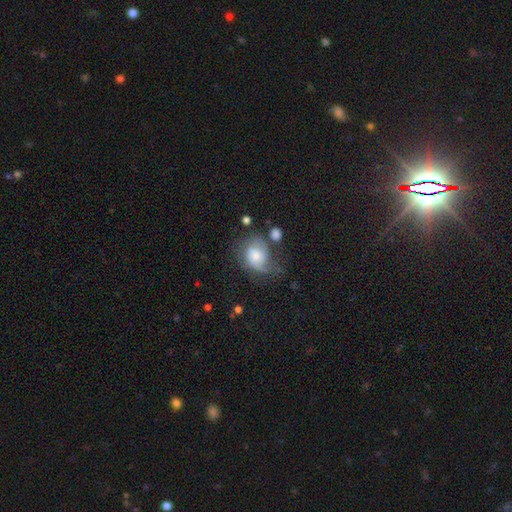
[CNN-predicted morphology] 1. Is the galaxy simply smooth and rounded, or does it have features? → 52% featured or disk, 39% smooth, 9% star or artifact.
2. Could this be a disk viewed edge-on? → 97% no, 3% yes.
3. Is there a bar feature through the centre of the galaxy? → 63% no, 32% weak, 5% strong.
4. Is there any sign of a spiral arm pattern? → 83% yes, 17% no.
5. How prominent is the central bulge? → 40% moderate, 30% small, 17% large, 9% none, 3% dominant.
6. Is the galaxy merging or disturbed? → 40% none, 27% minor disturbance, 25% major disturbance, 8% merger.